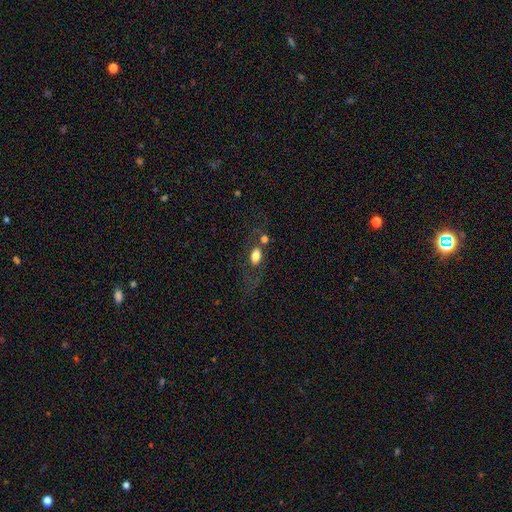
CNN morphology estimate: Overall: smooth (70%). How rounded: in between (83%). Merging: none (59%).